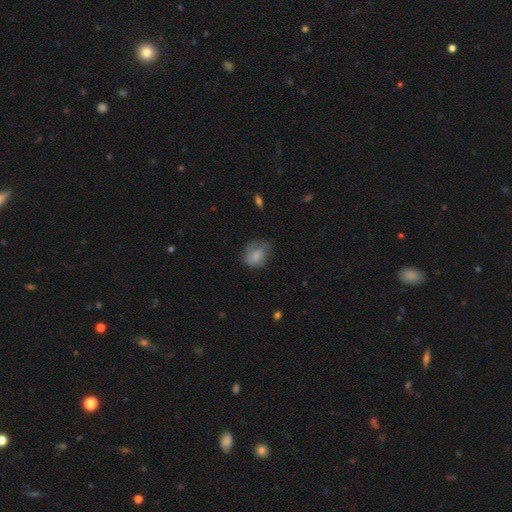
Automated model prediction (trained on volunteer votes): smooth 69%, featured or disk 23%, star or artifact 8%. Down the decision tree: how rounded — round (54%); merging — none (51%).